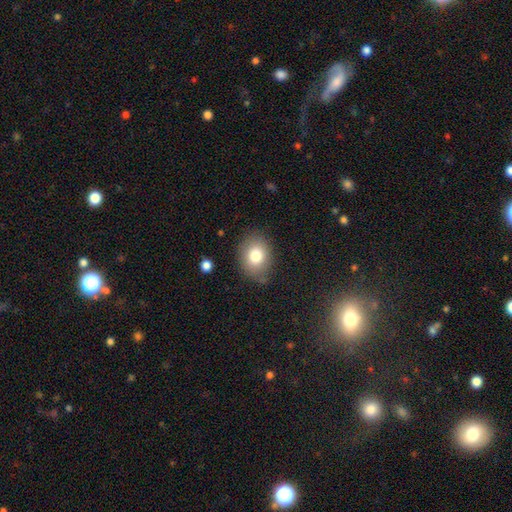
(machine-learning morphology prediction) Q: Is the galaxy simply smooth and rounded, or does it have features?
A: smooth — 80%.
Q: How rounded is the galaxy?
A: in between — 58%.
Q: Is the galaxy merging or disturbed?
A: none — 76%.